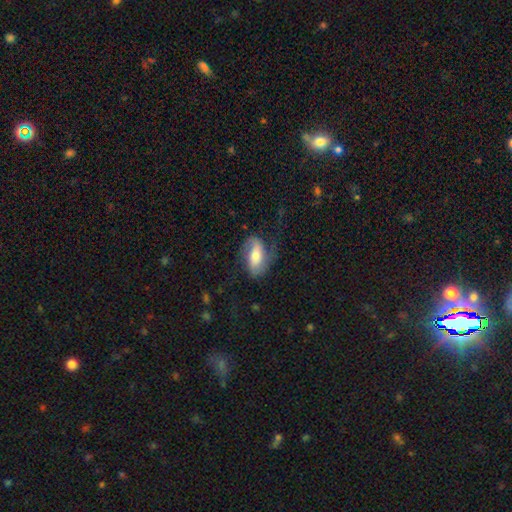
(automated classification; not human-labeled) Smooth or featured? featured or disk (51%)
Edge-on disk? no (92%)
Merging? none (56%)